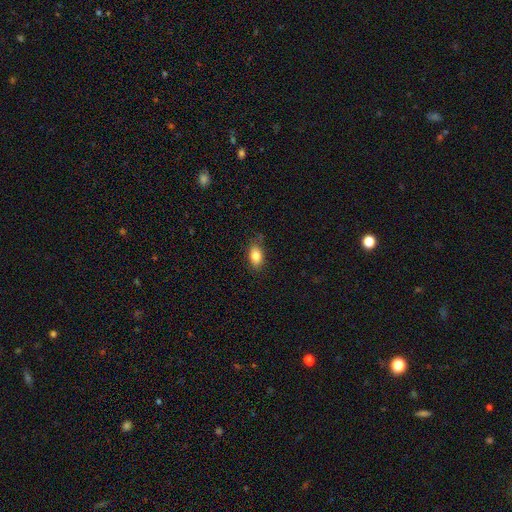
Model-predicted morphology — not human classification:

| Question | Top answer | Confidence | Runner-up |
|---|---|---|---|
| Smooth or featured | smooth | 84% | star or artifact (8%) |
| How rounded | in between | 87% | round (10%) |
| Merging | none | 79% | minor disturbance (16%) |